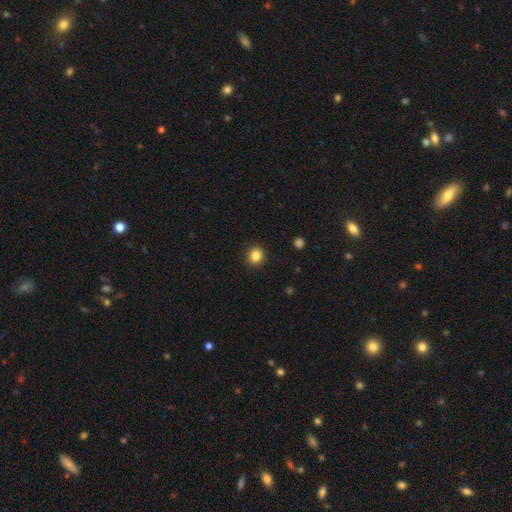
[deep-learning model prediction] smooth 85%, star or artifact 11%, featured or disk 4%. Down the decision tree: how rounded — round (87%); merging — none (91%).